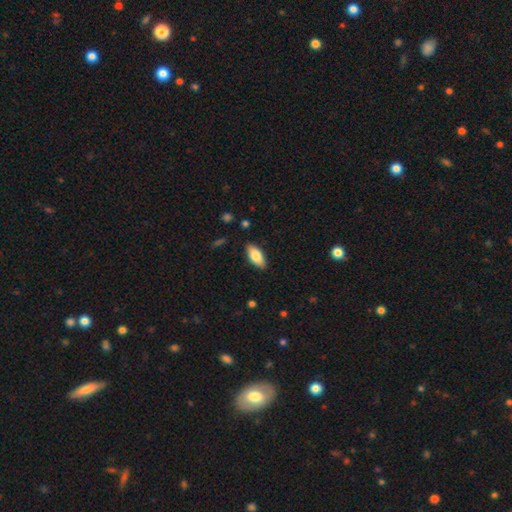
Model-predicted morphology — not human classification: type=smooth (80%); roundness=in between (88%); merging=none (87%).